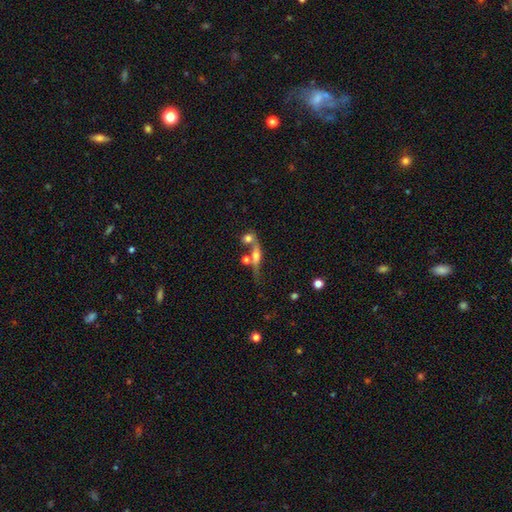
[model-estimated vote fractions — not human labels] Overall: featured or disk (52%; smooth 37%). Edge-on disk: yes (79%). Merging: none (45%; merger 34%).